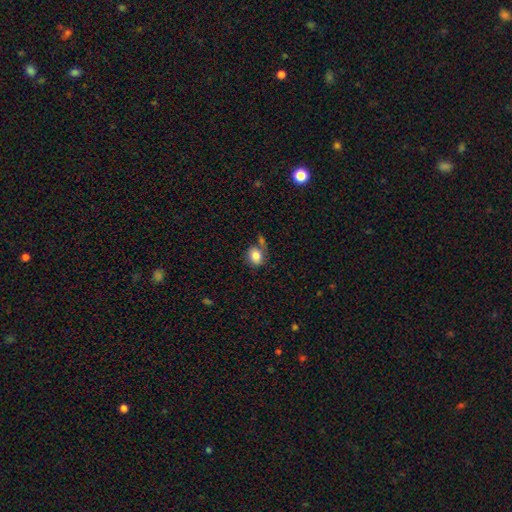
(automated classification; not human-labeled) Smooth or featured: smooth — 82% (featured or disk — 9%)
How rounded: round — 60% (in between — 39%)
Merging: none — 55% (minor disturbance — 19%)